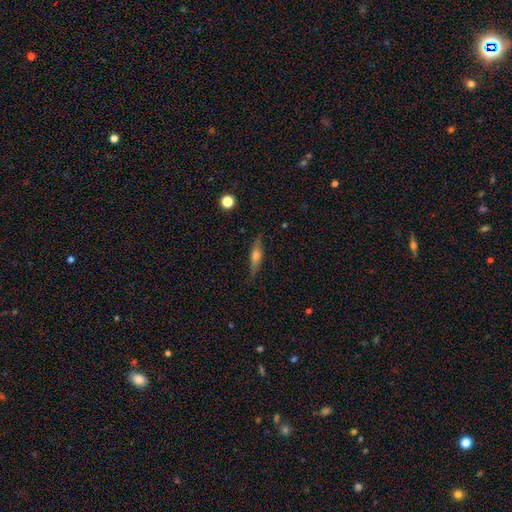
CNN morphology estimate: smooth_or_featured: featured or disk (p=0.54) [alt: smooth p=0.37]
disk_edge_on: yes (p=0.91) [alt: no p=0.09]
merging: none (p=0.83) [alt: minor disturbance p=0.13]